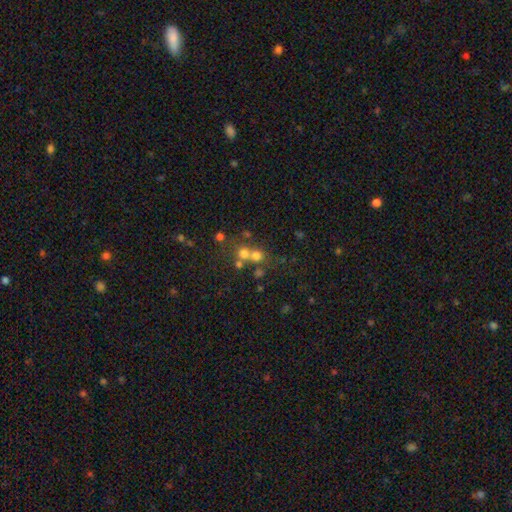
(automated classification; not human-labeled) smooth-or-featured: smooth: 64% | star or artifact: 20% | featured or disk: 16%
  how-rounded: round: 85% | in between: 14% | cigar-shaped: 1%
  merging: merger: 47% | none: 43% | minor disturbance: 6% | major disturbance: 4%